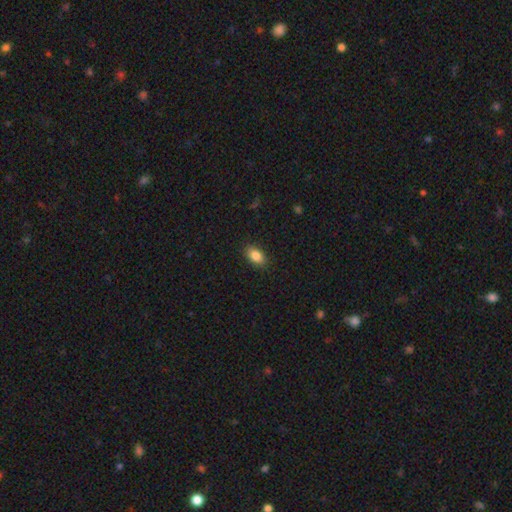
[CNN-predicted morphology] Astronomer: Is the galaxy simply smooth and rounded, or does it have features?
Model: smooth — 85%.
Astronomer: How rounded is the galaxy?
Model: in between — 89%.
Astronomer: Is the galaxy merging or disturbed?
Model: none — 88%.